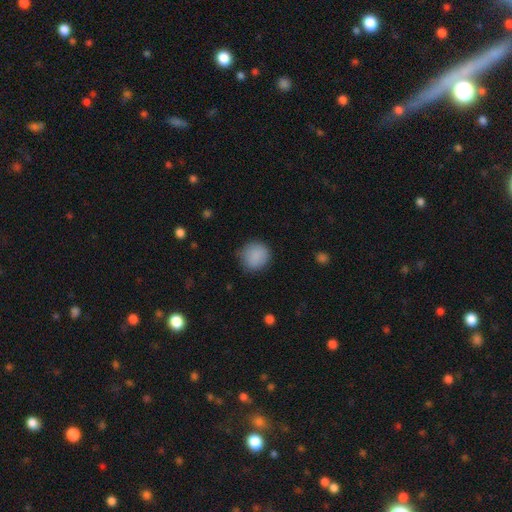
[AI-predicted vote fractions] The model was most divided on "merging": none: 84%, minor disturbance: 12%, major disturbance: 3%, merger: 1%. More confident: how rounded — round (90%); smooth or featured — smooth (88%).